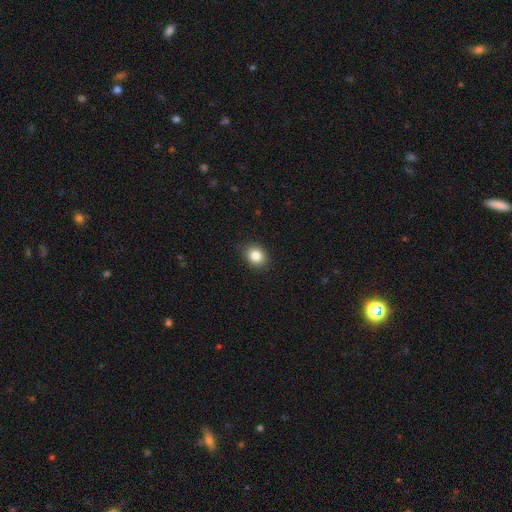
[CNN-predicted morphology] A smooth galaxy with no disk features (84%) that is round (60%).

Vote fractions:
- Smooth or featured? smooth: 84% / star or artifact: 10% / featured or disk: 6%
- How rounded? round: 60% / in between: 40% / cigar-shaped: 1%
- Merging? none: 88% / minor disturbance: 9% / major disturbance: 2% / merger: 1%